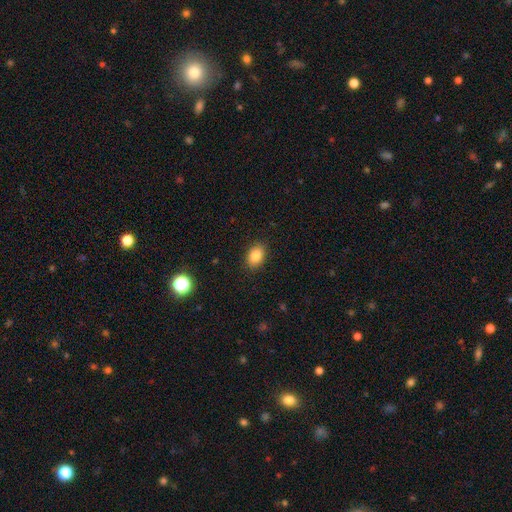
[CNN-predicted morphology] Smooth or featured? Predicted: smooth (p=0.85). How rounded? Predicted: in between (p=0.80). Merging? Predicted: none (p=0.88).